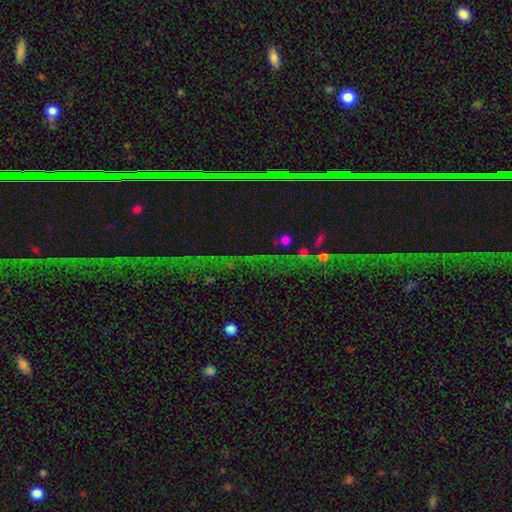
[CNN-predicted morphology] smooth-or-featured: star or artifact: 81% | featured or disk: 10% | smooth: 8%